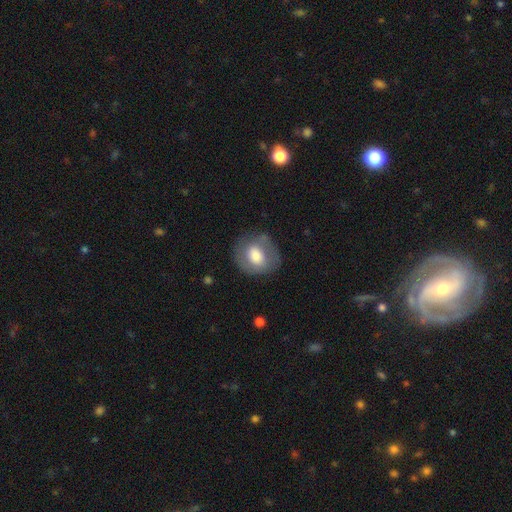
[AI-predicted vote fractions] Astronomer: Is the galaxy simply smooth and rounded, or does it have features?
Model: smooth — 62%.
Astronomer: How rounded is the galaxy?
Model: round — 63%.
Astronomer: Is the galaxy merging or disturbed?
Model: none — 72%.